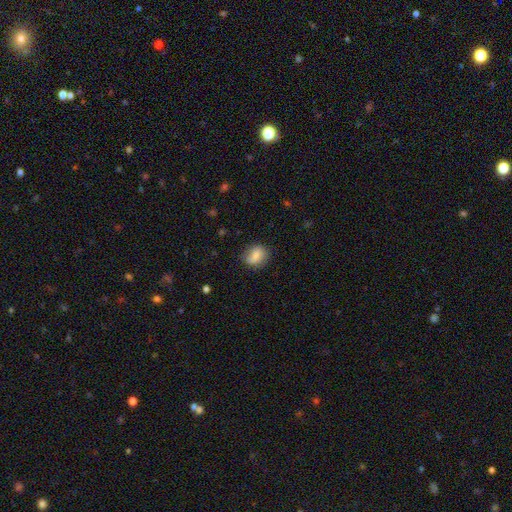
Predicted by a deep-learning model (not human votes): This appears to be a smooth galaxy with no disk features (80%) that is round (49%, tied with in between). Merging: none (74%).